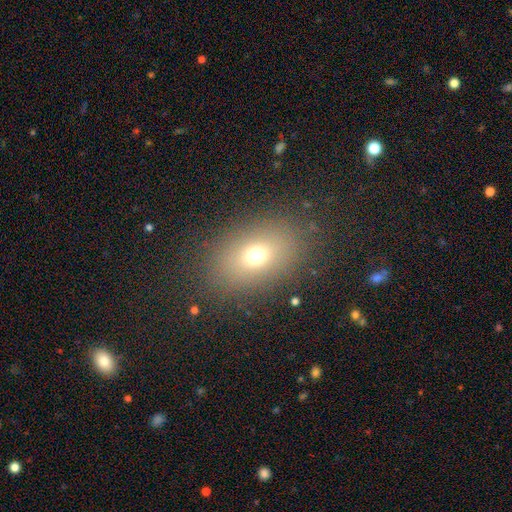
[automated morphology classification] A smooth galaxy with no disk features (69%) that is in between round and cigar-shaped (74%). Merging: none (84%).